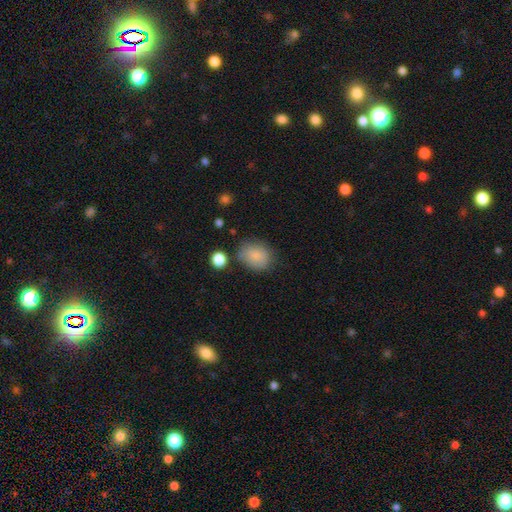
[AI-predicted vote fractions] Q: Smooth or featured?
A: smooth (83%); runner-up: star or artifact (9%)
Q: How rounded?
A: round (53%); runner-up: in between (46%)
Q: Merging?
A: none (70%); runner-up: minor disturbance (20%)